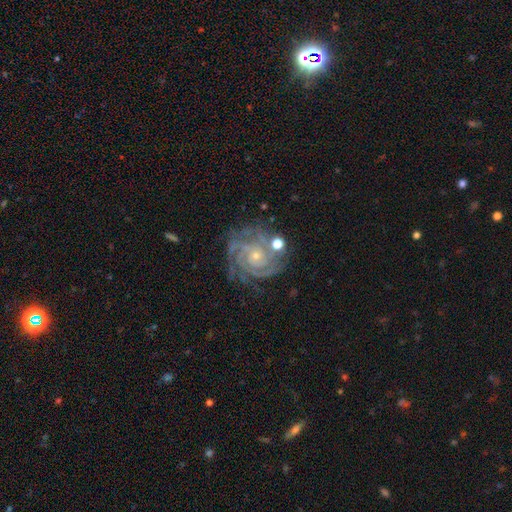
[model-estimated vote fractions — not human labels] This appears to be a featured or disk galaxy (90%) with no bar (78%), 4 (32%) tight (78%) spiral arms (98%) and a small central bulge (78%). Merging: none (71%).